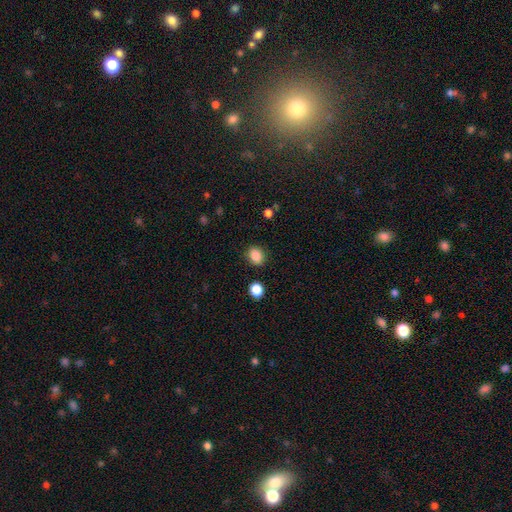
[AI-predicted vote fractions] Smooth or featured?
  - smooth: 87% *
  - star or artifact: 10%
  - featured or disk: 4%
How rounded?
  - round: 53% *
  - in between: 46%
  - cigar-shaped: 1%
Merging?
  - none: 85% *
  - minor disturbance: 9%
  - major disturbance: 3%
  - merger: 2%